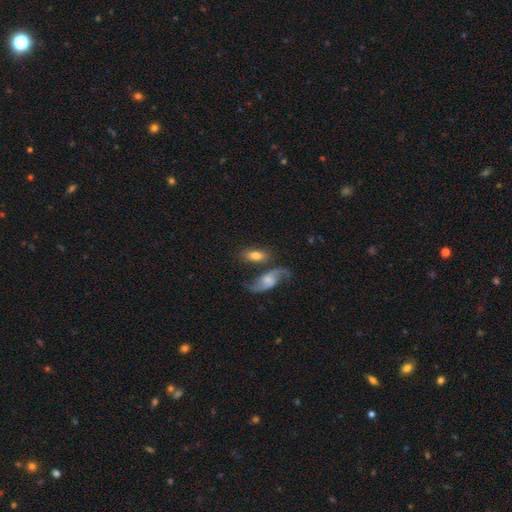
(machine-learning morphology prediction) This is likely a smooth galaxy (62%). How rounded: clearly in between (86%). Merging: possibly none (53%).